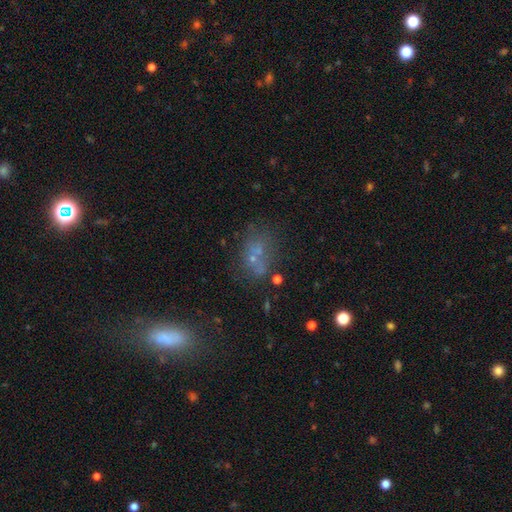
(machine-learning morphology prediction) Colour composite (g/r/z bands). It shows a smooth galaxy with no disk features (47%). Merging: none (46%).